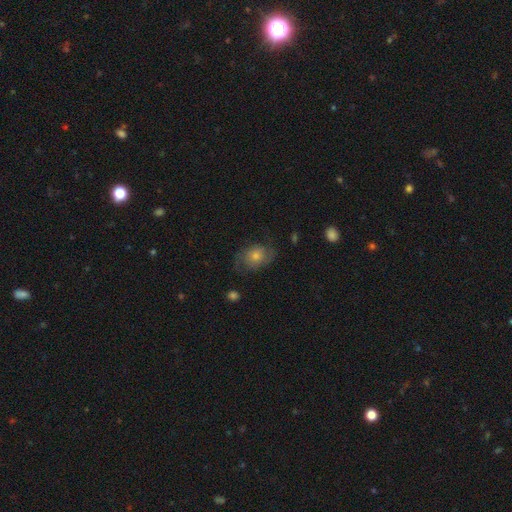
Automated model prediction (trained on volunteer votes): This is likely a featured or disk galaxy (62%). It is clearly not viewed edge-on (96%). Bar: likely no (77%). Spiral arm pattern: clearly yes (89%). Spiral arm count: clearly 2 (82%). Spiral winding: possibly medium (46%). Central bulge: possibly moderate (49%). Merging: likely none (71%).